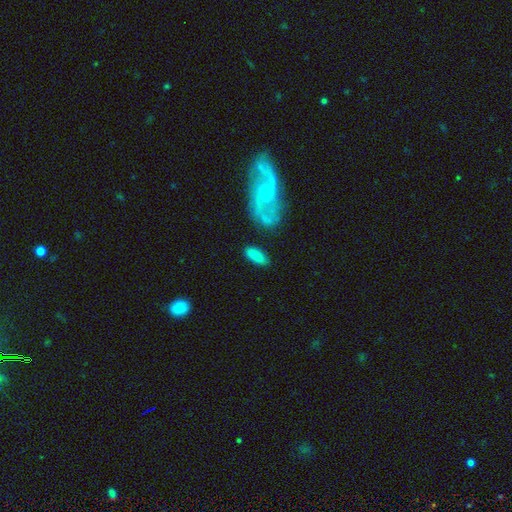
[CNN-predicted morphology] type=smooth (83%); roundness=in between (76%); merging=none (74%).